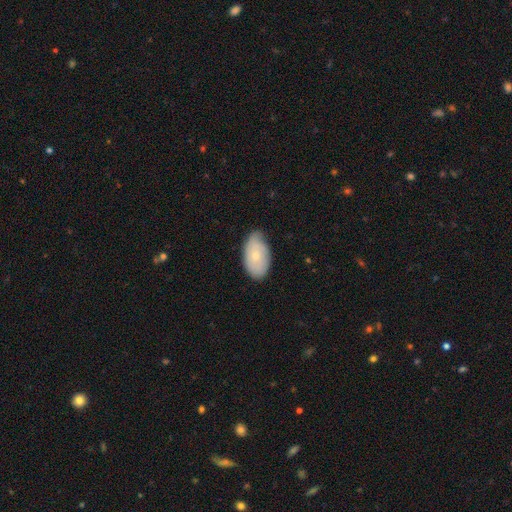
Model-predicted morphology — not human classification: A smooth galaxy with no disk features (58%) that is in between round and cigar-shaped (93%). Merging: none (64%).